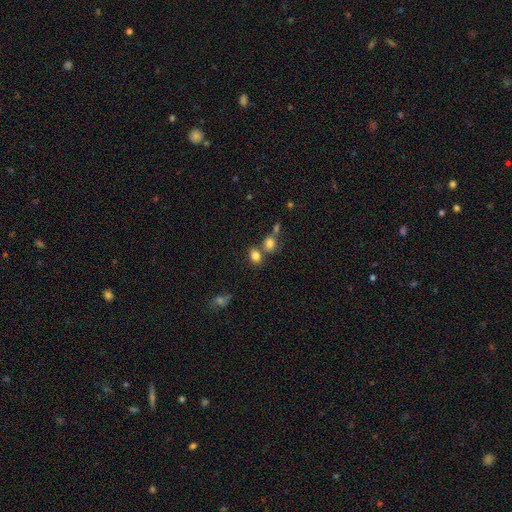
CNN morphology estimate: Smooth or featured? smooth (80%)
How rounded? in between (54%)
Merging? none (54%)